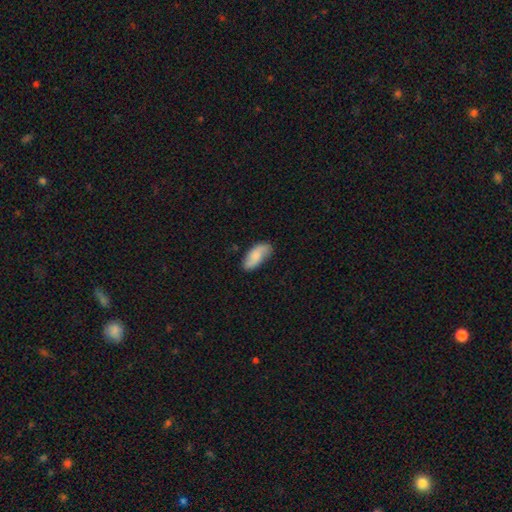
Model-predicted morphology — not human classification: A smooth galaxy with no disk features (67%) that is in between round and cigar-shaped (86%). Merging: none (74%).